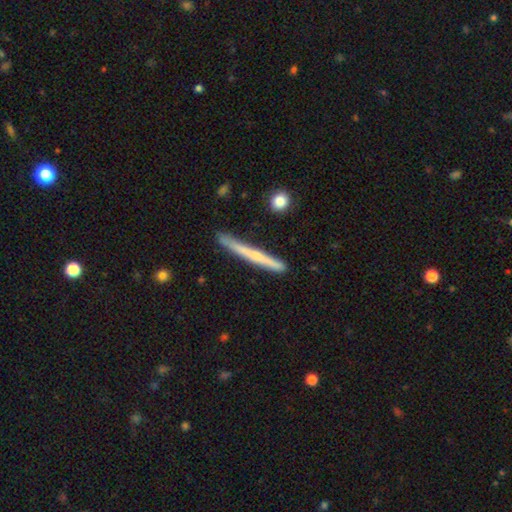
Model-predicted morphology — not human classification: This is possibly a featured or disk galaxy (52%). It is clearly viewed edge-on (97%). Edge-on bulge: possibly none (50%). Merging: clearly none (83%).